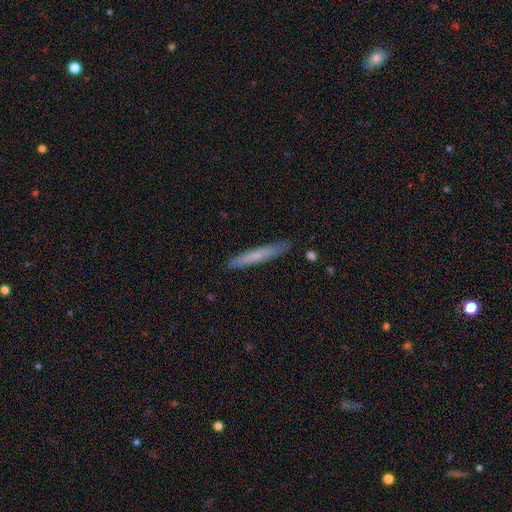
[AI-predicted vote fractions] smooth_or_featured: smooth (p=0.64) [alt: featured or disk p=0.30]
how_rounded: cigar-shaped (p=0.95) [alt: in between p=0.04]
merging: none (p=0.88) [alt: minor disturbance p=0.09]